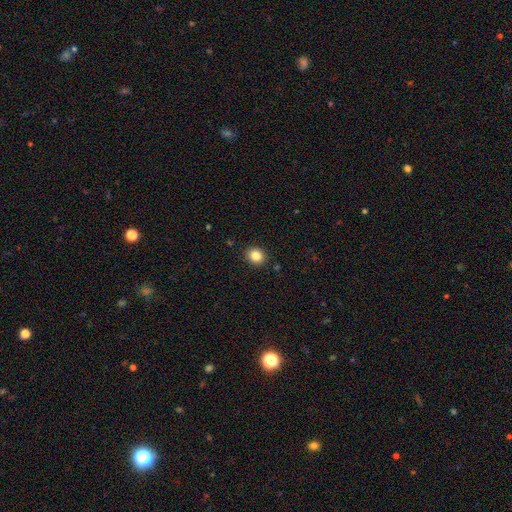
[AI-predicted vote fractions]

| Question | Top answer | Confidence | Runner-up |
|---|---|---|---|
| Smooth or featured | smooth | 84% | star or artifact (11%) |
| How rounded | round | 72% | in between (27%) |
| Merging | none | 90% | minor disturbance (7%) |